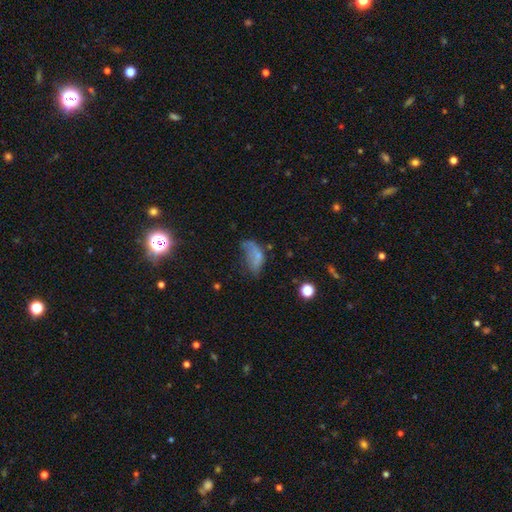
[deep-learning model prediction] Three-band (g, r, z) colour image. It shows a smooth galaxy with no disk features (55%) that is in between round and cigar-shaped (88%). Merging: major disturbance (38%).